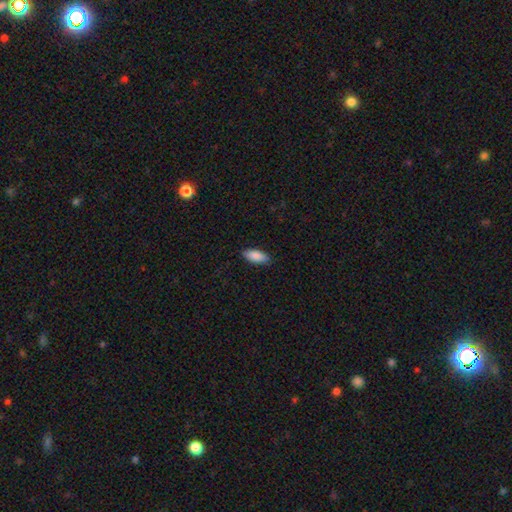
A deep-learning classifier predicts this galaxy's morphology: This is clearly a smooth galaxy (88%). How rounded: clearly in between (82%). Merging: clearly none (87%).